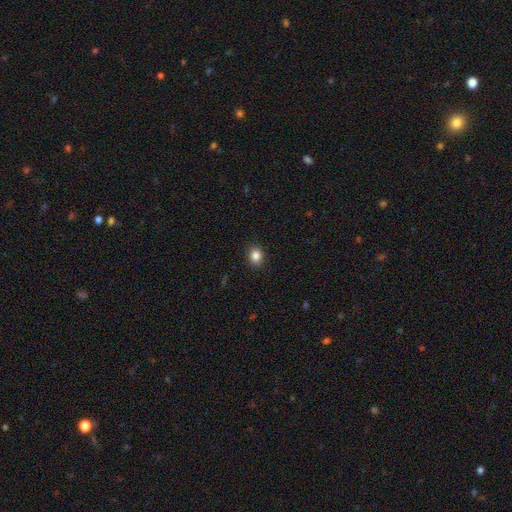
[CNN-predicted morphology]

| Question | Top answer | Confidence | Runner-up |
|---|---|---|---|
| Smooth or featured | smooth | 85% | star or artifact (10%) |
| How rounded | round | 58% | in between (41%) |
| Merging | none | 90% | minor disturbance (8%) |